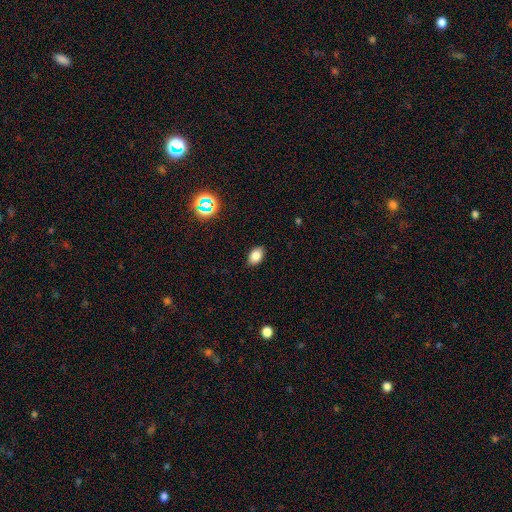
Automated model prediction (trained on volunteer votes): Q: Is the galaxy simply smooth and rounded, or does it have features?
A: smooth — 83%.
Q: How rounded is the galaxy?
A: in between — 87%.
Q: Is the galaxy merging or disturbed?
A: none — 87%.